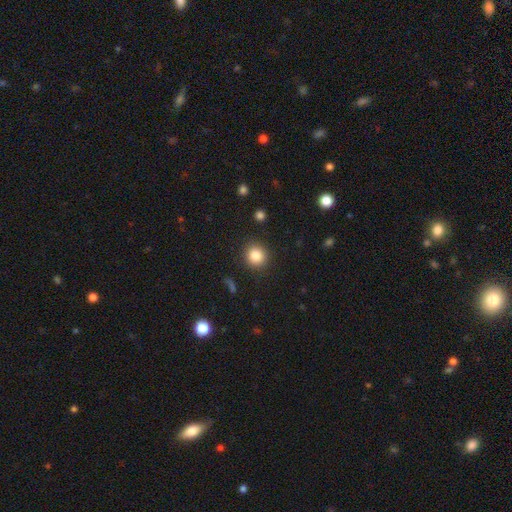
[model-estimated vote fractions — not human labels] A smooth galaxy with no disk features (84%) that is round (90%).

Vote fractions:
- Smooth or featured? smooth: 84% / star or artifact: 10% / featured or disk: 5%
- How rounded? round: 90% / in between: 9% / cigar-shaped: 1%
- Merging? none: 90% / minor disturbance: 6% / major disturbance: 2% / merger: 1%